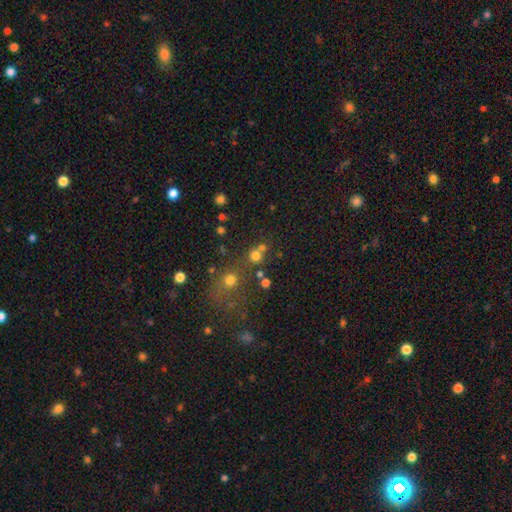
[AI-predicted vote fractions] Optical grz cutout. It shows a smooth galaxy with no disk features (69%) that is round (88%). Merging: none (60%).